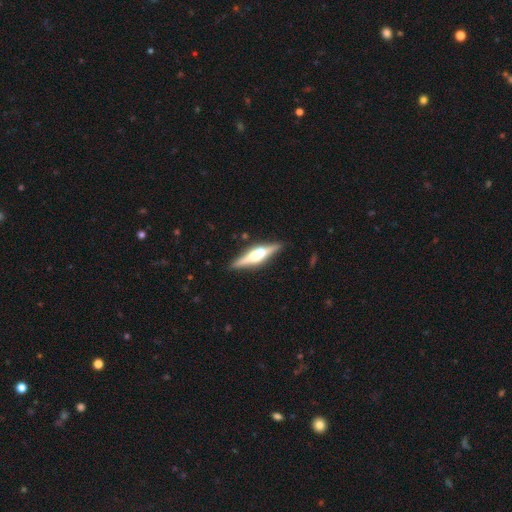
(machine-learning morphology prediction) featured or disk 72%, smooth 23%, star or artifact 6%. Down the decision tree: edge-on disk — yes (96%); edge-on bulge — rounded (94%); merging — none (77%).